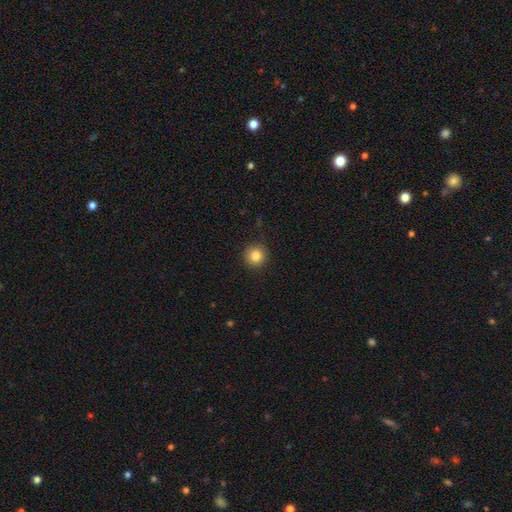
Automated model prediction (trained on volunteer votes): Overall: smooth (84%). How rounded: round (94%). Merging: none (91%).